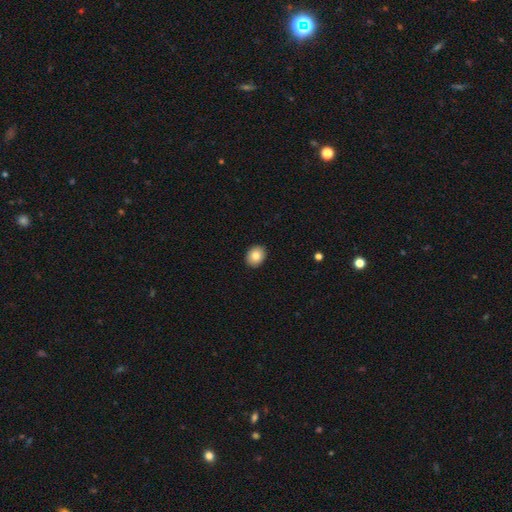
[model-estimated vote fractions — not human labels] Overall: smooth (84%). How rounded: round (50%; in between 49%). Merging: none (92%).